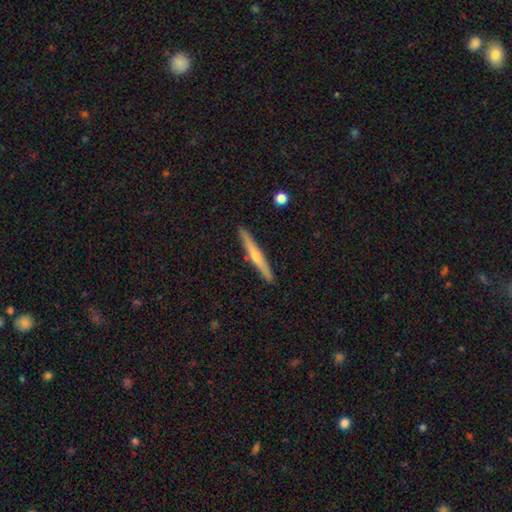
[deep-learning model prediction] smooth_or_featured: featured or disk (p=0.62) [alt: smooth p=0.32]
disk_edge_on: yes (p=0.97) [alt: no p=0.03]
edge_on_bulge: rounded (p=0.77) [alt: none p=0.20]
merging: none (p=0.91) [alt: minor disturbance p=0.06]